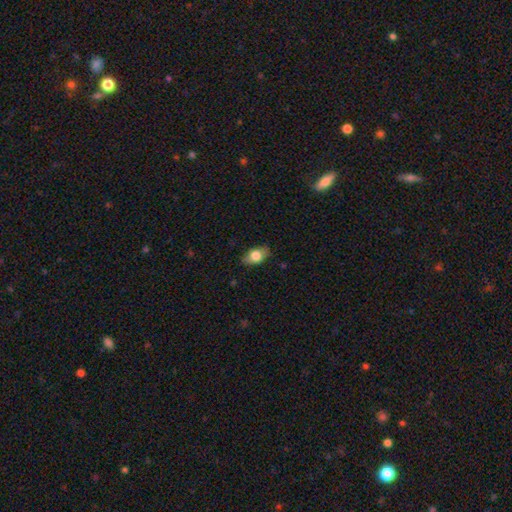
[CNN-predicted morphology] A smooth galaxy with no disk features (74%) that is in between round and cigar-shaped (85%).

Vote fractions:
- Smooth or featured? smooth: 74% / featured or disk: 19% / star or artifact: 7%
- How rounded? in between: 85% / round: 11% / cigar-shaped: 4%
- Merging? none: 79% / minor disturbance: 17% / major disturbance: 3% / merger: 1%